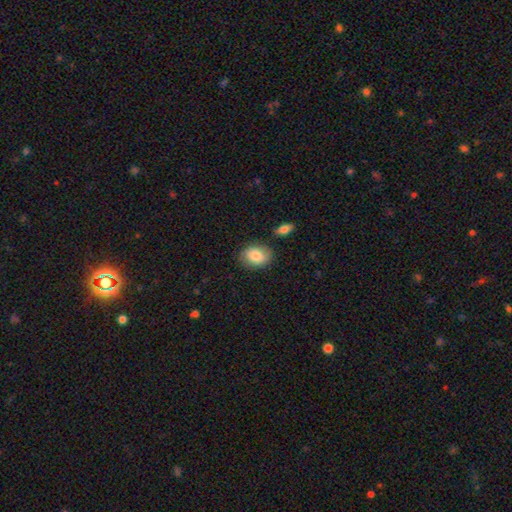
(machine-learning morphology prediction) smooth-or-featured: smooth: 83% | featured or disk: 10% | star or artifact: 7%
  how-rounded: in between: 68% | round: 30% | cigar-shaped: 1%
  merging: none: 81% | minor disturbance: 12% | merger: 4% | major disturbance: 3%